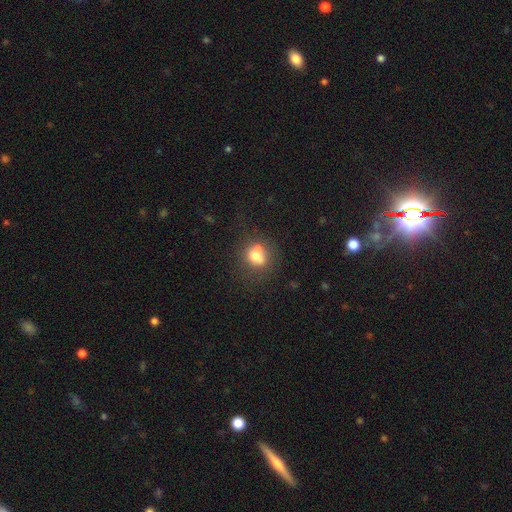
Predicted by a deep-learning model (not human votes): Morphology: type=smooth (67%); roundness=round (68%); merging=none (48%).